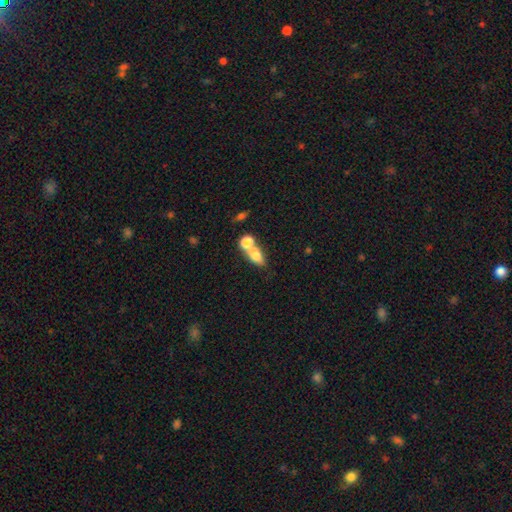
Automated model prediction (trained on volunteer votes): smooth 73%, featured or disk 17%, star or artifact 10%. Down the decision tree: how rounded — in between (74%); merging — merger (51%).